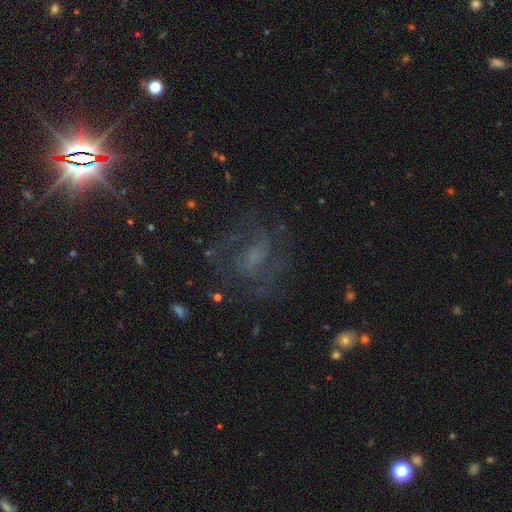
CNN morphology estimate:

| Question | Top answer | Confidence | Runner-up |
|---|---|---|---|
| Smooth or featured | featured or disk | 49% | star or artifact (28%) |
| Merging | none | 63% | major disturbance (18%) |